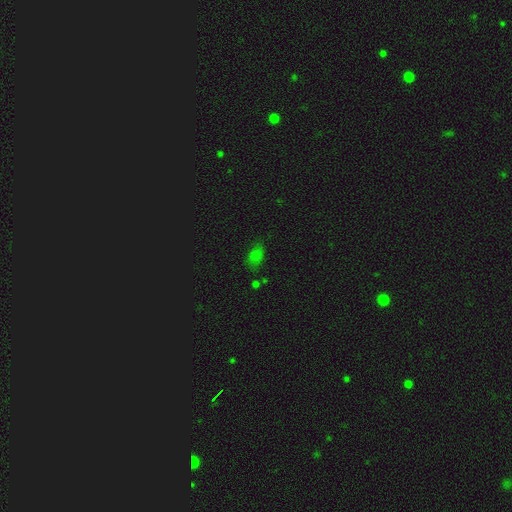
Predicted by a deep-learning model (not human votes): smooth-or-featured: smooth: 72% | star or artifact: 21% | featured or disk: 8%
  how-rounded: in between: 88% | round: 8% | cigar-shaped: 4%
  merging: none: 64% | minor disturbance: 24% | major disturbance: 8% | merger: 5%